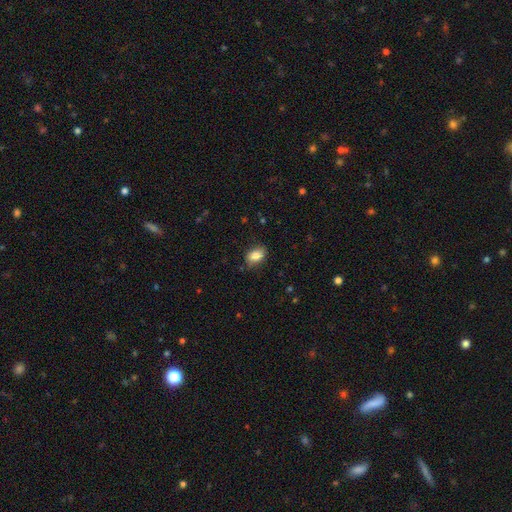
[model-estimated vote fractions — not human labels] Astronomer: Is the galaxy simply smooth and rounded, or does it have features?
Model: smooth — 81%.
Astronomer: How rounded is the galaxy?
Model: in between — 84%.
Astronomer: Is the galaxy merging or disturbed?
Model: none — 76%.